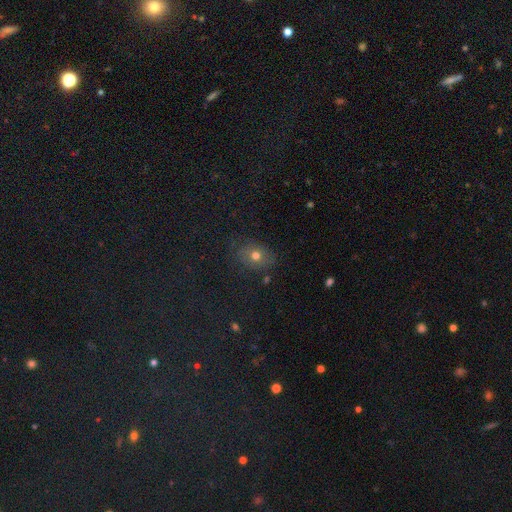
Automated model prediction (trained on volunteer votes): Overall: smooth (68%). How rounded: in between (54%; round 44%). Merging: none (77%).